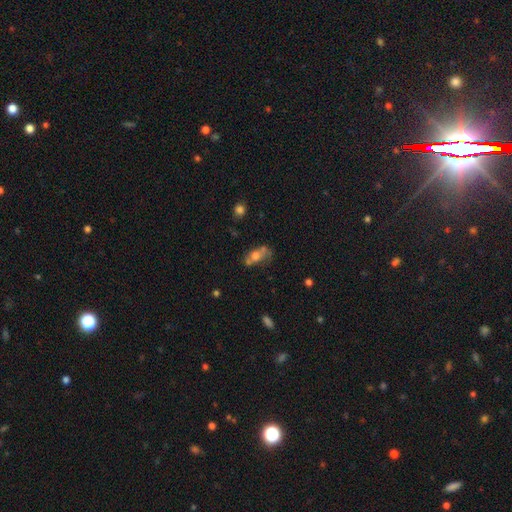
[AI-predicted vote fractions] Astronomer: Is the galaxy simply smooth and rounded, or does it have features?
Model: smooth — 52% (runner-up: featured or disk, 36%).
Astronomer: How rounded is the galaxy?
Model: in between — 78%.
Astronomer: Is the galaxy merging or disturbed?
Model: none — 35% (runner-up: minor disturbance, 25%).